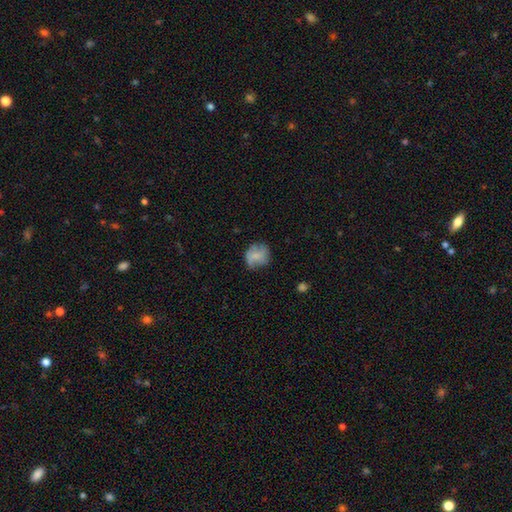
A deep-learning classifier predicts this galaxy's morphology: Smooth or featured?
  - smooth: 63% *
  - featured or disk: 28%
  - star or artifact: 9%
How rounded?
  - round: 73% *
  - in between: 25%
  - cigar-shaped: 1%
Merging?
  - none: 61% *
  - minor disturbance: 27%
  - major disturbance: 11%
  - merger: 2%